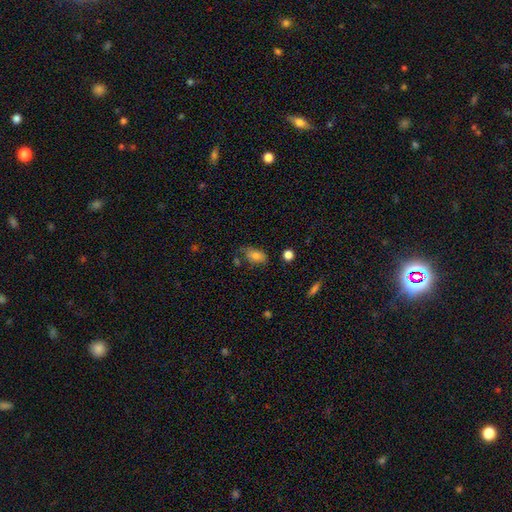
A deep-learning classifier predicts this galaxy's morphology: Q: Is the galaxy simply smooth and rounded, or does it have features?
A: smooth — 78%.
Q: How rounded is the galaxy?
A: in between — 88%.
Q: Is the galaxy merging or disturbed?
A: none — 59%.